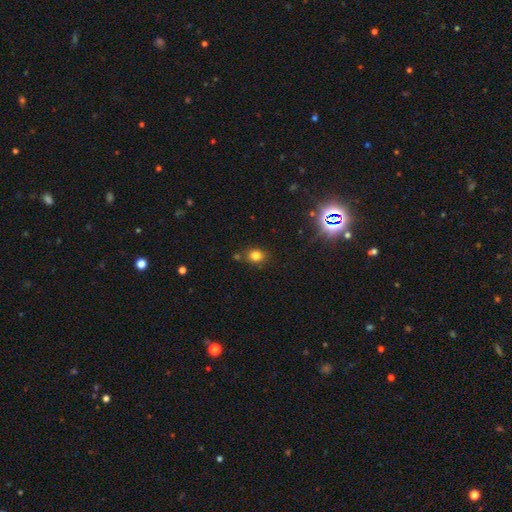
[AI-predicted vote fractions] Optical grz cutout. It shows a smooth galaxy with no disk features (79%) that is round (56%). Merging: none (76%).